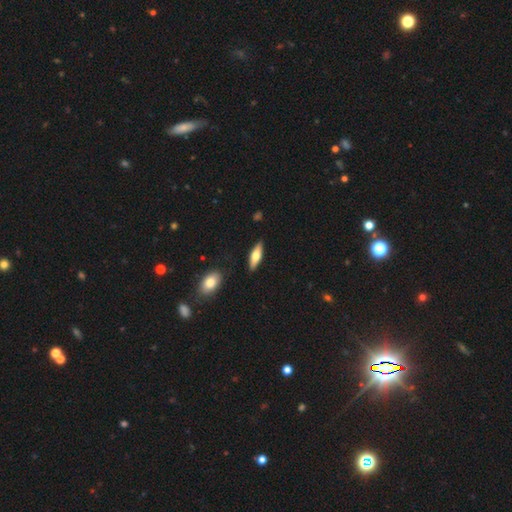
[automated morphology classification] Smooth or featured: smooth — 59% (featured or disk — 35%)
How rounded: in between — 53% (cigar-shaped — 45%)
Merging: none — 87% (minor disturbance — 9%)